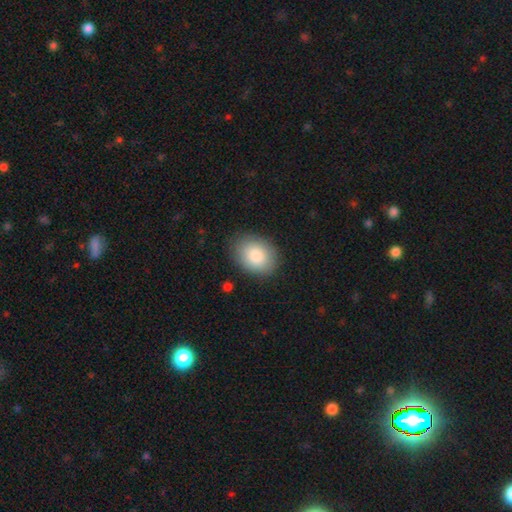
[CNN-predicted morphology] Smooth or featured? smooth (84%)
How rounded? in between (72%)
Merging? none (85%)